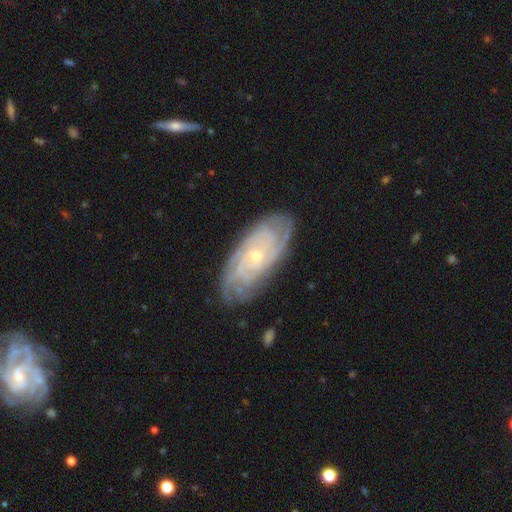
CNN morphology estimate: This appears to be a featured or disk galaxy (85%) with no bar (76%), tight (80%) spiral arms (96%) and a small central bulge (70%). Merging: none (79%).